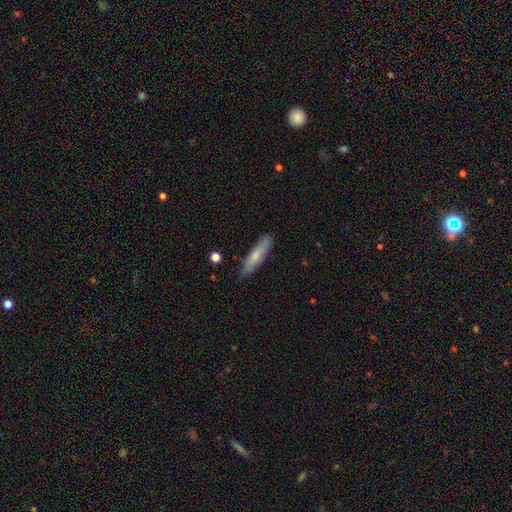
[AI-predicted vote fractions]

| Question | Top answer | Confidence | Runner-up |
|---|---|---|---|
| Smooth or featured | smooth | 68% | featured or disk (26%) |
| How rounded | cigar-shaped | 81% | in between (17%) |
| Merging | none | 85% | minor disturbance (11%) |